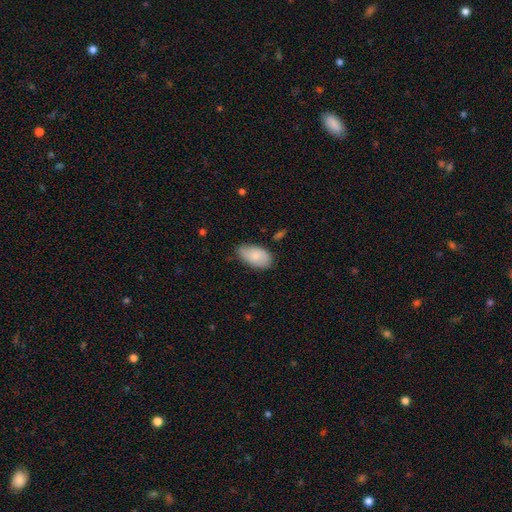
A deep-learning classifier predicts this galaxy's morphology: smooth_or_featured: smooth (p=0.77) [alt: featured or disk p=0.17]
how_rounded: in between (p=0.94) [alt: round p=0.04]
merging: none (p=0.71) [alt: minor disturbance p=0.24]